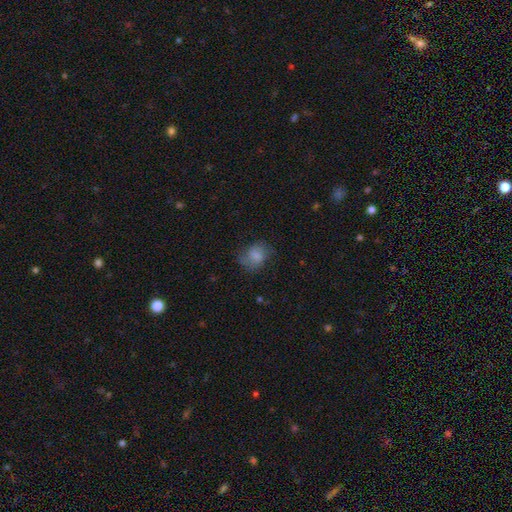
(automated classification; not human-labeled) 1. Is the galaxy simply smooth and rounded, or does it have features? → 71% smooth, 19% featured or disk, 10% star or artifact.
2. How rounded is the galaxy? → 51% in between, 48% round, 1% cigar-shaped.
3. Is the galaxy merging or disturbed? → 57% none, 26% minor disturbance, 16% major disturbance, 1% merger.